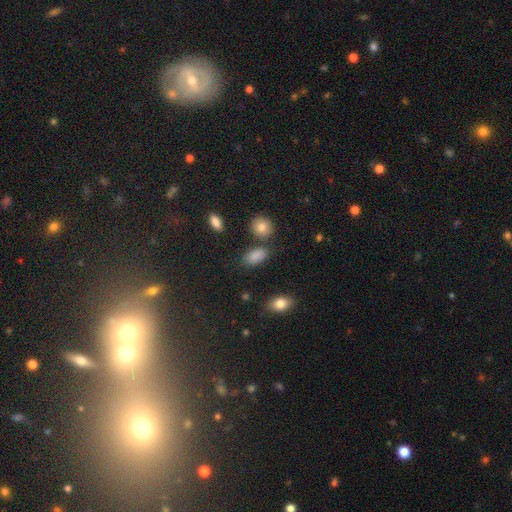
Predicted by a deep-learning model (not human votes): Q: Smooth or featured?
A: smooth (85%); runner-up: star or artifact (9%)
Q: How rounded?
A: in between (90%); runner-up: round (6%)
Q: Merging?
A: none (73%); runner-up: minor disturbance (15%)